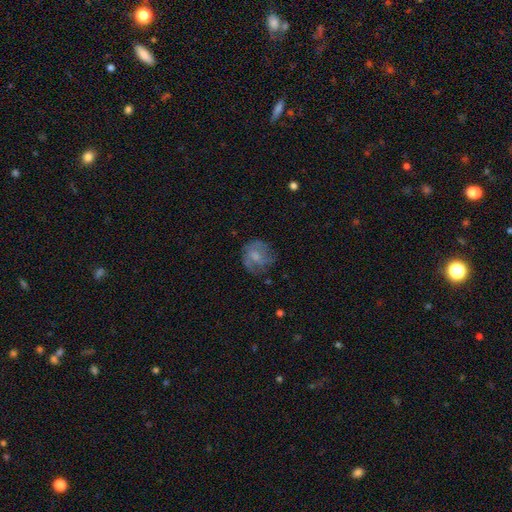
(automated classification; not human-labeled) A featured or disk galaxy (47%).

Vote fractions:
- Smooth or featured? featured or disk: 47% / smooth: 45% / star or artifact: 9%
- Merging? none: 60% / minor disturbance: 22% / major disturbance: 15% / merger: 2%